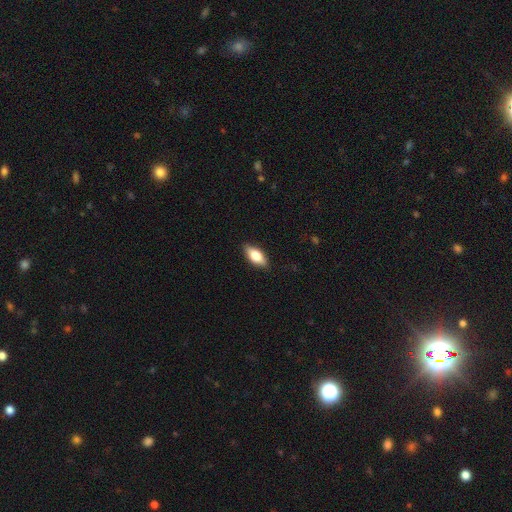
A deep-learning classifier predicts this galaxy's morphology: smooth_or_featured: smooth (p=0.74) [alt: featured or disk p=0.20]
how_rounded: in between (p=0.83) [alt: cigar-shaped p=0.14]
merging: none (p=0.86) [alt: minor disturbance p=0.11]